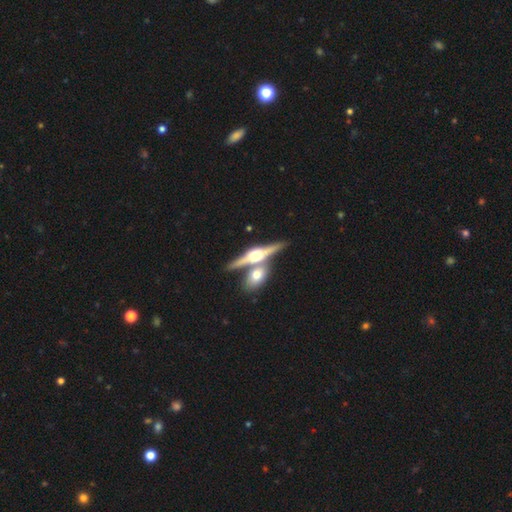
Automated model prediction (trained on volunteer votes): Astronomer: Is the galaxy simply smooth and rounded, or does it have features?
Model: featured or disk — 79%.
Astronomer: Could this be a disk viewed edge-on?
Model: yes — 96%.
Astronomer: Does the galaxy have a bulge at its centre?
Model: rounded — 93%.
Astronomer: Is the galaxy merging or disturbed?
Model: none — 58%.